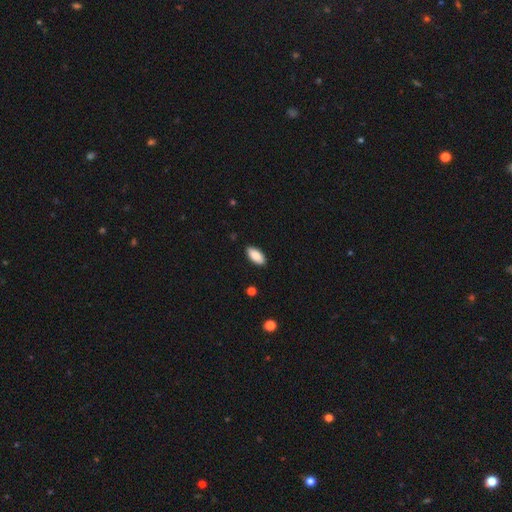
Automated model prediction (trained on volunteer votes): Smooth or featured: smooth — 86% (featured or disk — 7%)
How rounded: in between — 91% (cigar-shaped — 7%)
Merging: none — 89% (minor disturbance — 8%)